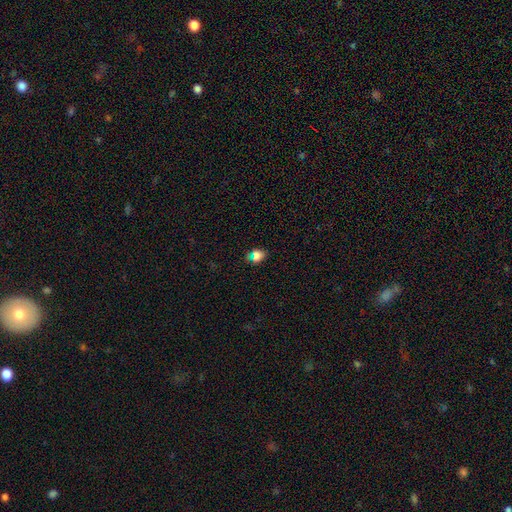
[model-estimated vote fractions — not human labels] Overall: smooth (69%). How rounded: in between (58%; round 40%). Merging: none (80%).